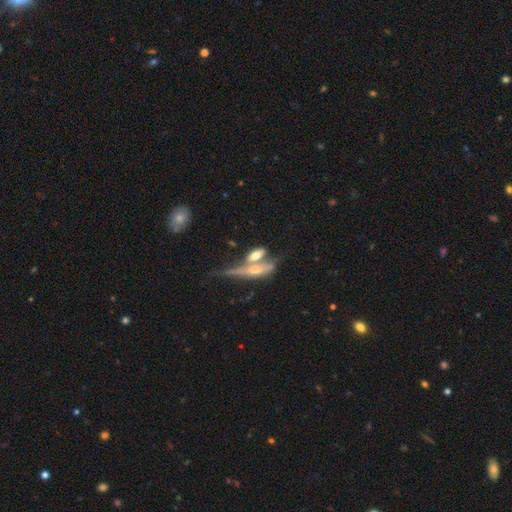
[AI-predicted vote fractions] This is possibly a featured or disk galaxy (49%). Merging: possibly merger (51%).